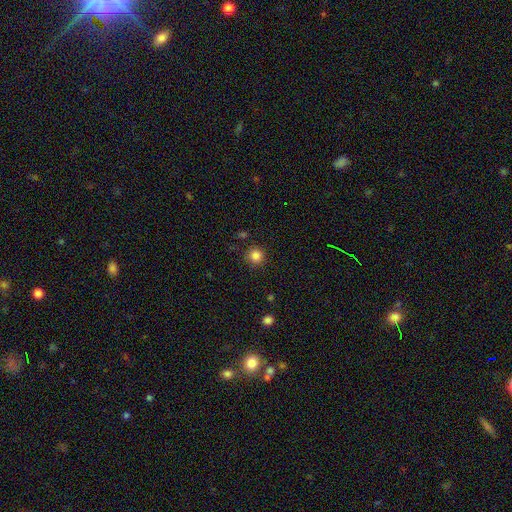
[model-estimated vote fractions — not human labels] This is clearly a smooth galaxy (84%). How rounded: clearly round (94%). Merging: clearly none (87%).